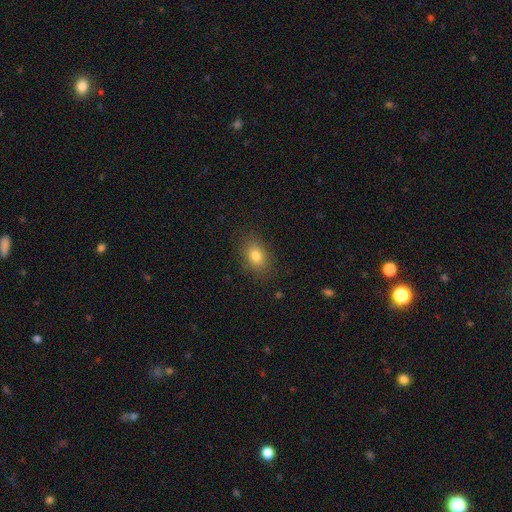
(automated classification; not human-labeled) Smooth or featured? smooth (80%)
How rounded? in between (74%)
Merging? none (84%)